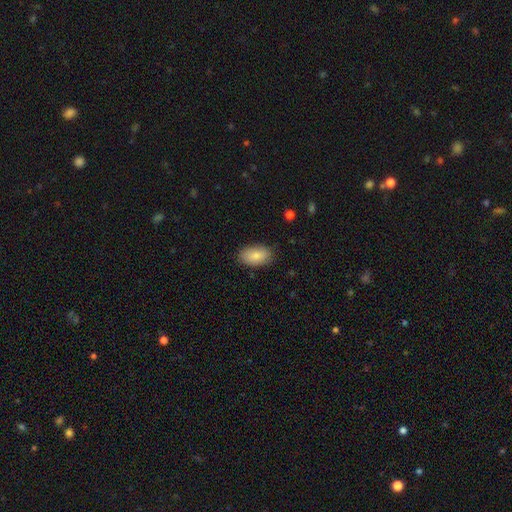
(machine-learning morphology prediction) A smooth galaxy with no disk features (86%) that is in between round and cigar-shaped (93%).

Vote fractions:
- Smooth or featured? smooth: 86% / featured or disk: 8% / star or artifact: 6%
- How rounded? in between: 93% / round: 4% / cigar-shaped: 2%
- Merging? none: 84% / minor disturbance: 12% / major disturbance: 3% / merger: 1%